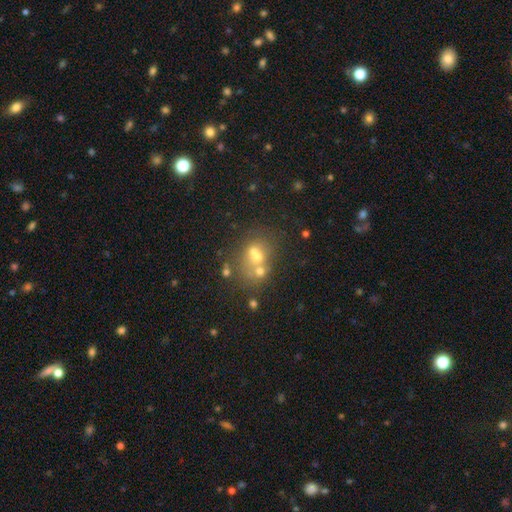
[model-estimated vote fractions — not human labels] smooth-or-featured: smooth: 48% | featured or disk: 31% | star or artifact: 21%
  merging: merger: 48% | none: 34% | minor disturbance: 10% | major disturbance: 7%